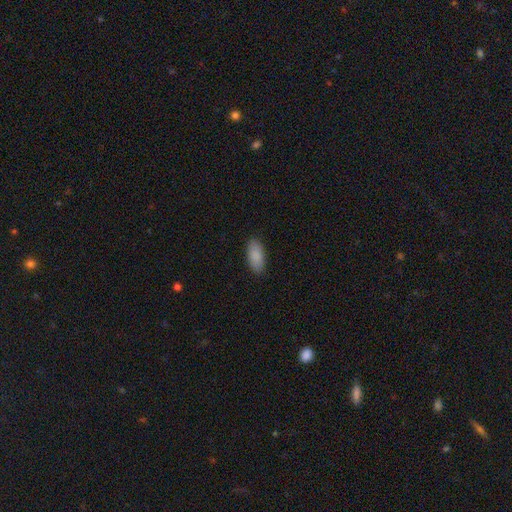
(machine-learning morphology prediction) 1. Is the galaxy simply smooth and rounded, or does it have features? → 89% smooth, 6% star or artifact, 5% featured or disk.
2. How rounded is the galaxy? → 88% in between, 10% cigar-shaped, 2% round.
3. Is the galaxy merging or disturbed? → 88% none, 9% minor disturbance, 2% major disturbance, 1% merger.